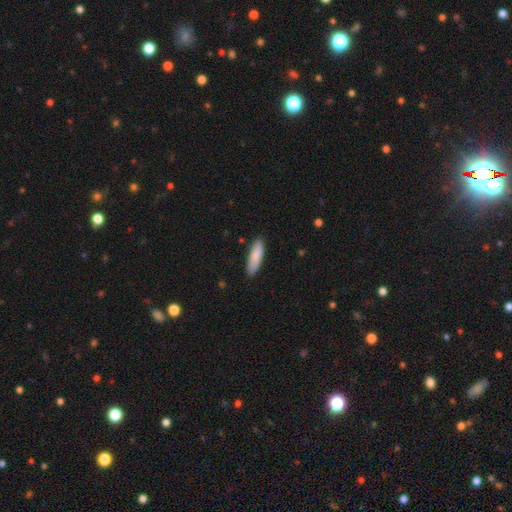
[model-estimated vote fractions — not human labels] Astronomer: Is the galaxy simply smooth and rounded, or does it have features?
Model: smooth — 87%.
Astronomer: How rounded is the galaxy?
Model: cigar-shaped — 58% (runner-up: in between, 41%).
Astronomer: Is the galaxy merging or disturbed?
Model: none — 87%.